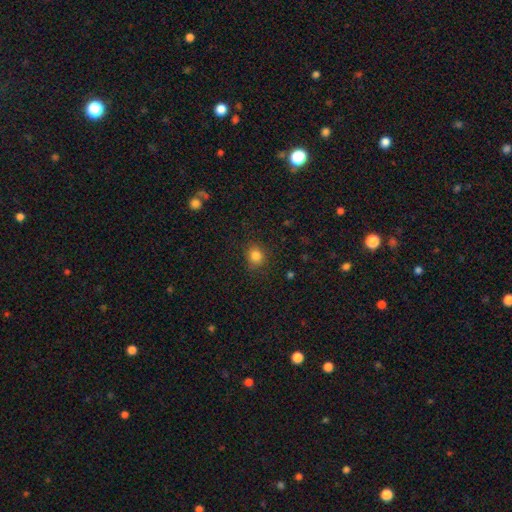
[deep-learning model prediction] Morphology: type=smooth (84%); roundness=round (76%); merging=none (85%).